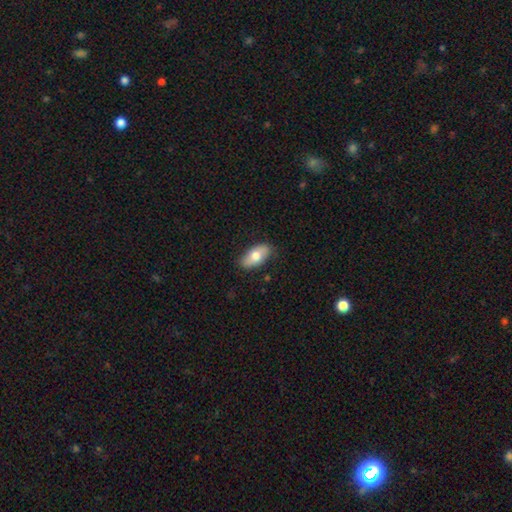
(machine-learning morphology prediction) This appears to be a smooth galaxy with no disk features (72%) that is in between round and cigar-shaped (90%). Merging: none (84%).